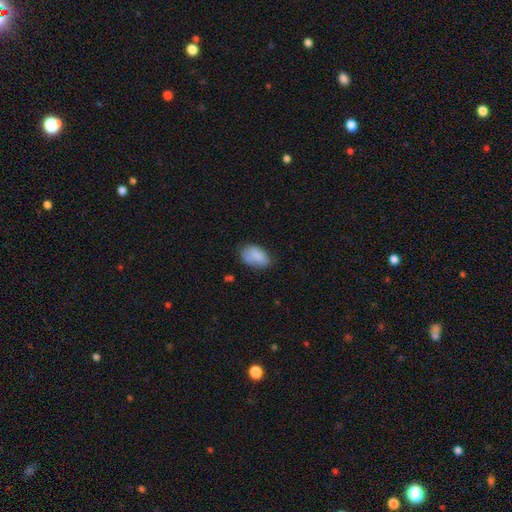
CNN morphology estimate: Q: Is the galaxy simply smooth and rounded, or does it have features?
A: smooth — 84%.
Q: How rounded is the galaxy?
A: in between — 89%.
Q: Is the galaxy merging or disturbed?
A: none — 57%.